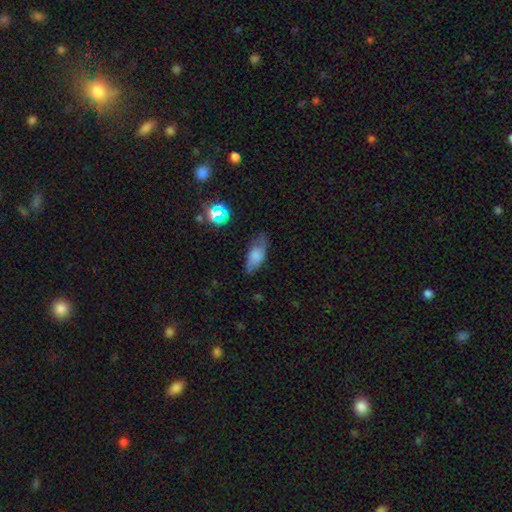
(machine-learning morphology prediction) A smooth galaxy with no disk features (67%) that is in between round and cigar-shaped (84%).

Vote fractions:
- Smooth or featured? smooth: 67% / featured or disk: 22% / star or artifact: 11%
- How rounded? in between: 84% / cigar-shaped: 12% / round: 4%
- Merging? none: 63% / minor disturbance: 27% / major disturbance: 8% / merger: 2%